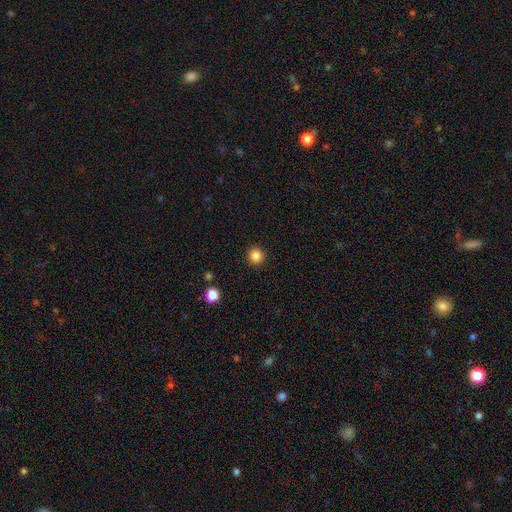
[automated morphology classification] Smooth or featured? Predicted: smooth (p=0.85). How rounded? Predicted: round (p=0.94). Merging? Predicted: none (p=0.92).